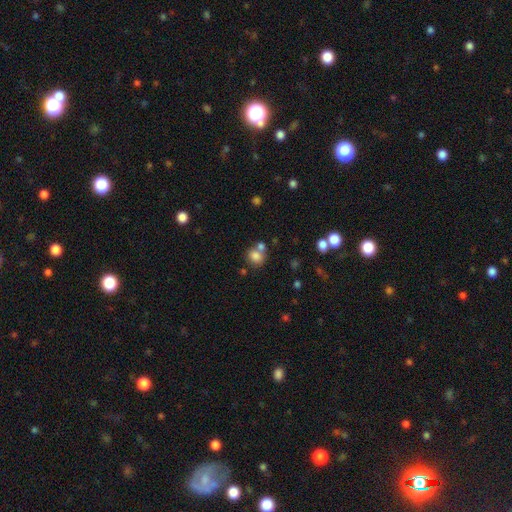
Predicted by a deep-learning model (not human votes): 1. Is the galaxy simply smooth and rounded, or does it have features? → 80% smooth, 12% star or artifact, 9% featured or disk.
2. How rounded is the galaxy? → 75% round, 24% in between, 1% cigar-shaped.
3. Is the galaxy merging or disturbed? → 52% none, 33% merger, 10% minor disturbance, 4% major disturbance.